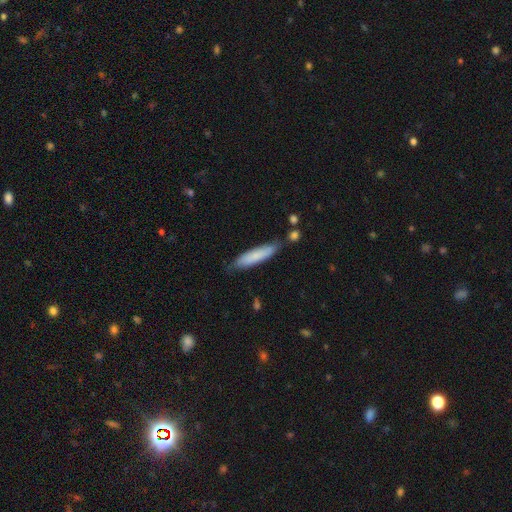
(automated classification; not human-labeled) Overall: smooth (77%). How rounded: cigar-shaped (79%). Merging: none (75%).